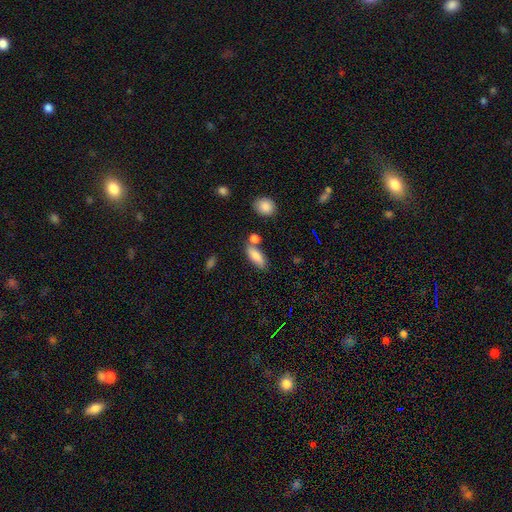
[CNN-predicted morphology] A smooth galaxy with no disk features (81%) that is in between round and cigar-shaped (68%). Merging: none (65%).